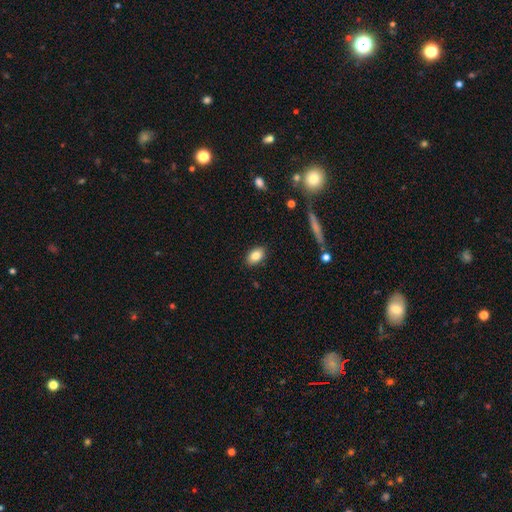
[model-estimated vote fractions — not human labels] A smooth galaxy with no disk features (83%) that is in between round and cigar-shaped (87%). Merging: none (88%).